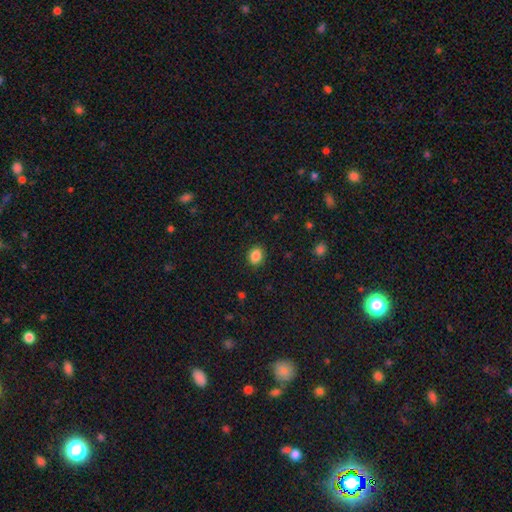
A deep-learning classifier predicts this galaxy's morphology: Q: Smooth or featured?
A: smooth (86%); runner-up: star or artifact (10%)
Q: How rounded?
A: round (53%); runner-up: in between (46%)
Q: Merging?
A: none (89%); runner-up: minor disturbance (8%)